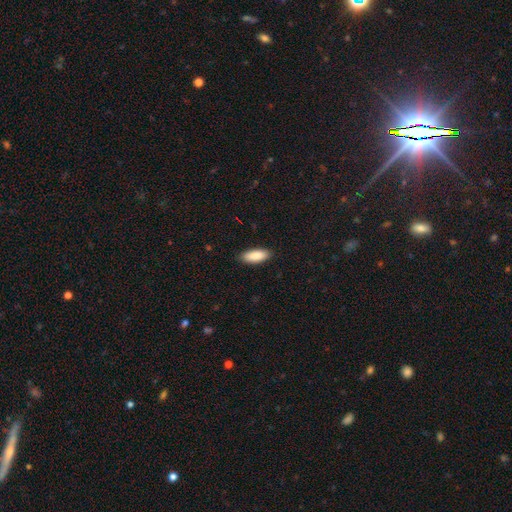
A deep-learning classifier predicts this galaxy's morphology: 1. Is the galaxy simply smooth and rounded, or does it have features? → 90% smooth, 6% star or artifact, 5% featured or disk.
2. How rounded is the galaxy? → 79% in between, 19% cigar-shaped, 2% round.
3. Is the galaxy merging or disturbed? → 89% none, 8% minor disturbance, 2% major disturbance, 1% merger.